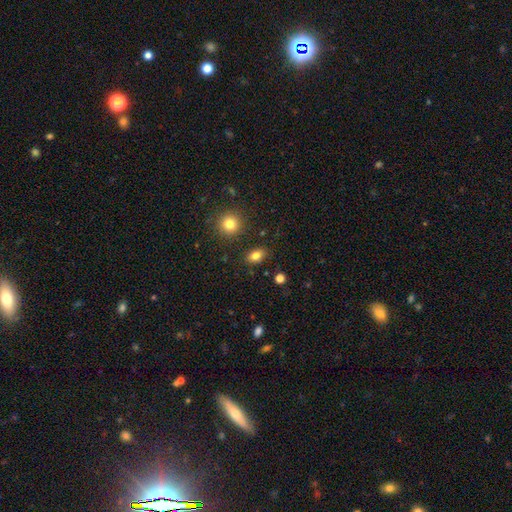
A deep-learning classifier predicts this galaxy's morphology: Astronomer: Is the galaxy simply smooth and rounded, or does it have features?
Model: smooth — 82%.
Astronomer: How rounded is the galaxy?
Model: in between — 78%.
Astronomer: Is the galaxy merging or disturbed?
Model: none — 85%.